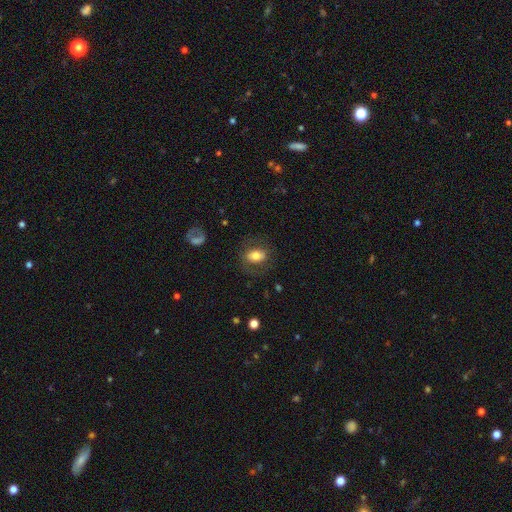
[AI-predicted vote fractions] A smooth galaxy with no disk features (67%) that is in between round and cigar-shaped (76%).

Vote fractions:
- Smooth or featured? smooth: 67% / featured or disk: 25% / star or artifact: 8%
- How rounded? in between: 76% / round: 22% / cigar-shaped: 2%
- Merging? none: 72% / minor disturbance: 14% / major disturbance: 12% / merger: 1%